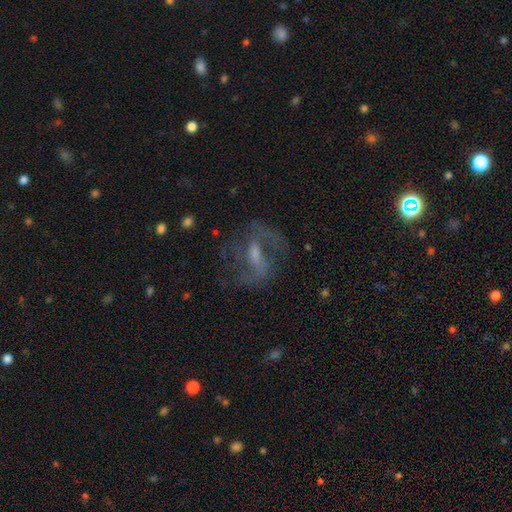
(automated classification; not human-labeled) Q: Smooth or featured?
A: featured or disk (73%); runner-up: smooth (16%)
Q: Edge-on disk?
A: no (93%); runner-up: yes (7%)
Q: Bar?
A: weak (43%); runner-up: strong (42%)
Q: Spiral arms?
A: yes (84%); runner-up: no (16%)
Q: Spiral winding?
A: medium (48%); runner-up: loose (37%)
Q: Spiral arm count?
A: 2 (81%); runner-up: can't tell (10%)
Q: Bulge size?
A: small (35%); tied with: moderate (35%)
Q: Merging?
A: none (63%); runner-up: major disturbance (19%)